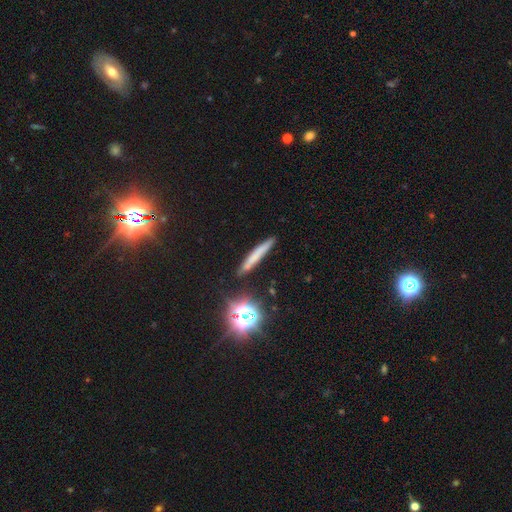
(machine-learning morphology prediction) type=smooth (62%); roundness=cigar-shaped (93%); merging=none (86%).